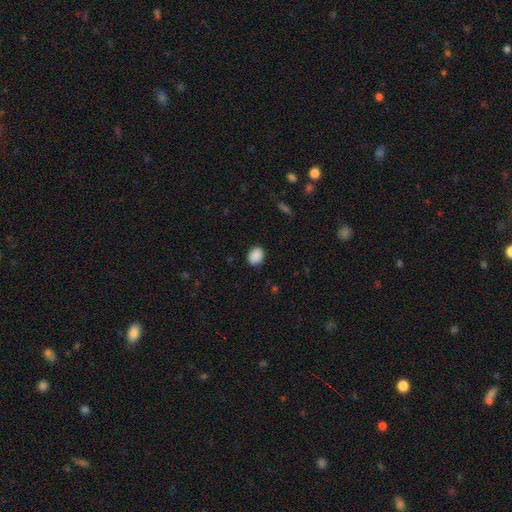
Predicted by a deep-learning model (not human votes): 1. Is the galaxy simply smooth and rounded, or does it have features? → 90% smooth, 8% star or artifact, 3% featured or disk.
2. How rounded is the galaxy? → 56% in between, 43% round, 1% cigar-shaped.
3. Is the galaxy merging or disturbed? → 87% none, 10% minor disturbance, 2% major disturbance, 1% merger.